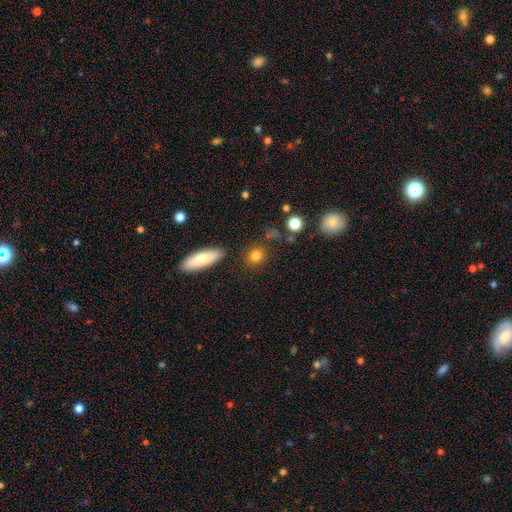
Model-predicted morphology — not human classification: Smooth or featured?
  - smooth: 83% *
  - star or artifact: 10%
  - featured or disk: 7%
How rounded?
  - round: 73% *
  - in between: 24%
  - cigar-shaped: 3%
Merging?
  - none: 84% *
  - minor disturbance: 9%
  - merger: 4%
  - major disturbance: 3%